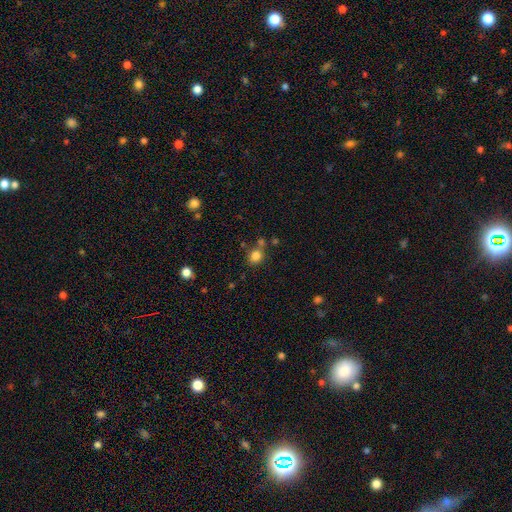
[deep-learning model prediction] A smooth galaxy with no disk features (81%) that is round (76%).

Vote fractions:
- Smooth or featured? smooth: 81% / star or artifact: 13% / featured or disk: 6%
- How rounded? round: 76% / in between: 23% / cigar-shaped: 1%
- Merging? none: 68% / merger: 16% / minor disturbance: 12% / major disturbance: 4%